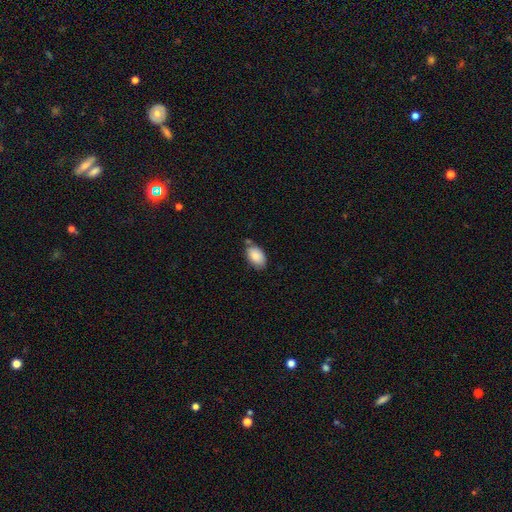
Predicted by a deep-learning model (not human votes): This appears to be a smooth galaxy with no disk features (85%) that is in between round and cigar-shaped (92%). Merging: none (66%).